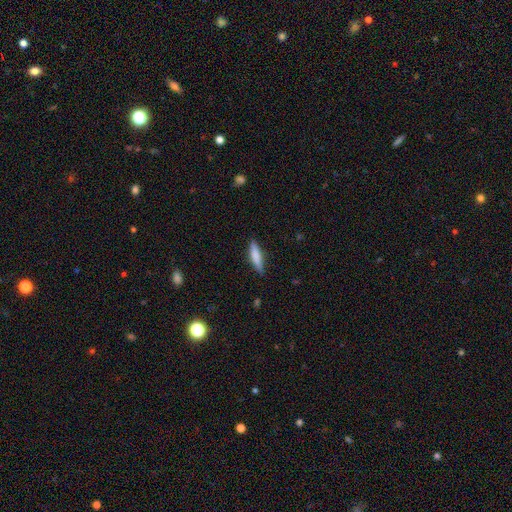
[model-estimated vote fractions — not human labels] Smooth or featured? smooth (77%)
How rounded? cigar-shaped (73%)
Merging? none (84%)